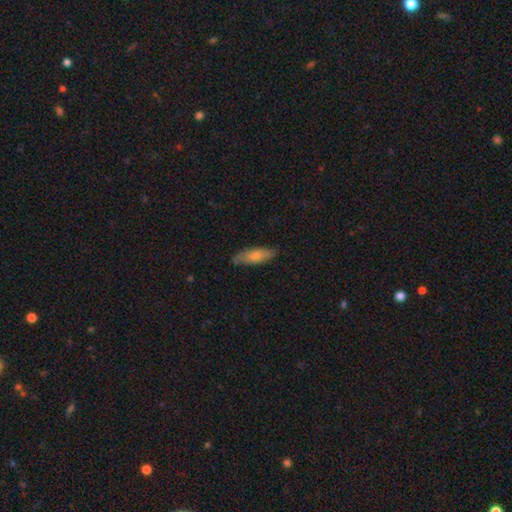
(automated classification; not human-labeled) Smooth or featured: smooth — 65% (featured or disk — 29%)
How rounded: in between — 61% (cigar-shaped — 37%)
Merging: none — 76% (minor disturbance — 20%)